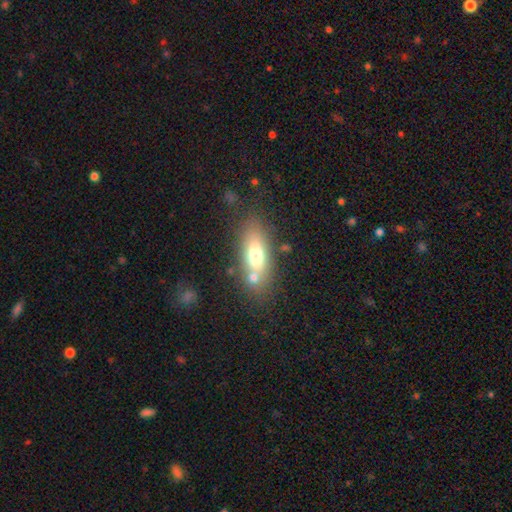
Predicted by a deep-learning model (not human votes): A smooth galaxy with no disk features (67%) that is in between round and cigar-shaped (73%). Merging: none (64%).